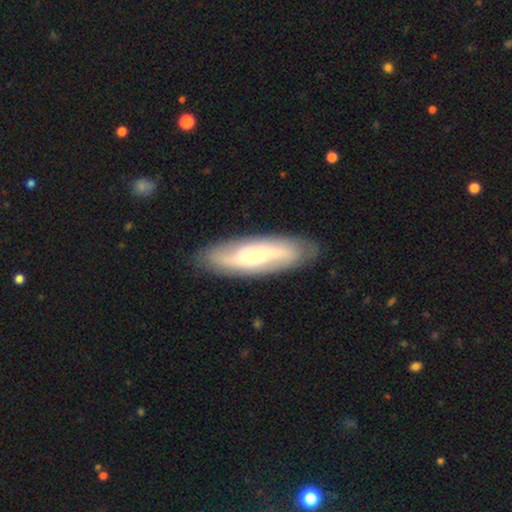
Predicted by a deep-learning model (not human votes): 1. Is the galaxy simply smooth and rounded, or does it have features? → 66% featured or disk, 28% smooth, 6% star or artifact.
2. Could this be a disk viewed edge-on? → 81% no, 19% yes.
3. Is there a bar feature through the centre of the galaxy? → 41% weak, 38% no, 21% strong.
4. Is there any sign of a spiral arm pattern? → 85% yes, 15% no.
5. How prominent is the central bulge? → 49% small, 40% moderate, 6% large, 3% none, 1% dominant.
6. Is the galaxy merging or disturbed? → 84% none, 11% minor disturbance, 3% major disturbance, 1% merger.